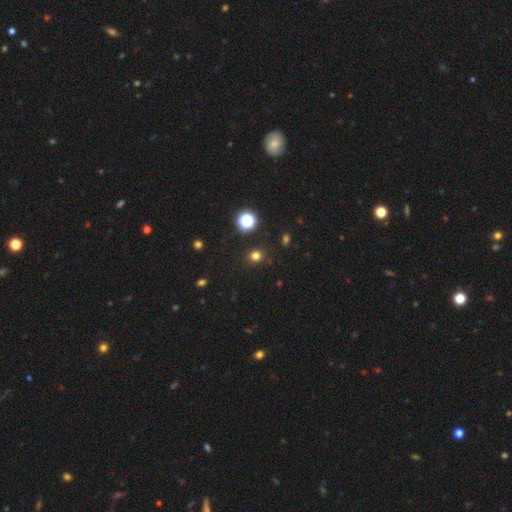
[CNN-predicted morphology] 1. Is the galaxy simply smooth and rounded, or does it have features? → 74% smooth, 21% star or artifact, 5% featured or disk.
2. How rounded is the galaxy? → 84% round, 15% in between, 1% cigar-shaped.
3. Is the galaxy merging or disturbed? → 87% none, 8% minor disturbance, 3% major disturbance, 2% merger.